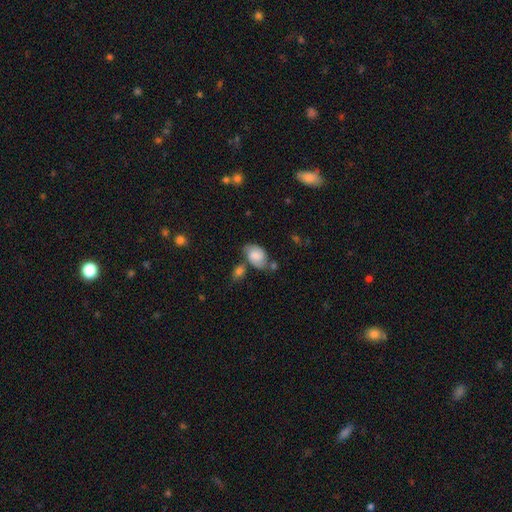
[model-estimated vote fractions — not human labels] Smooth or featured? Predicted: smooth (p=0.63). How rounded? Predicted: in between (p=0.86). Merging? Predicted: none (p=0.51).